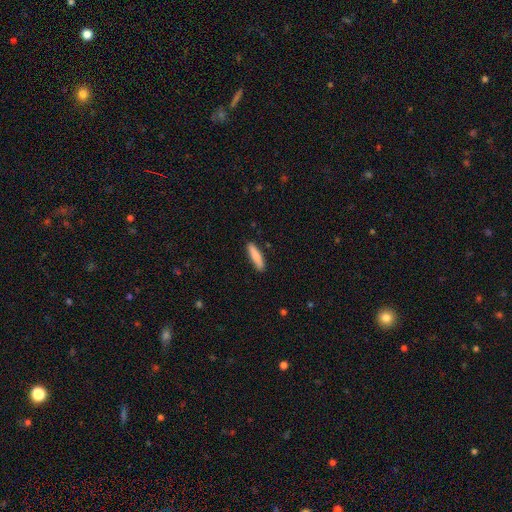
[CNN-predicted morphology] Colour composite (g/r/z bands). It shows a smooth galaxy with no disk features (84%) that is cigar-shaped (79%). Merging: none (88%).